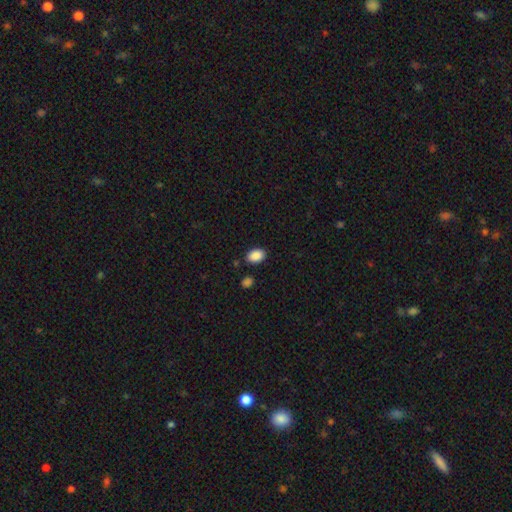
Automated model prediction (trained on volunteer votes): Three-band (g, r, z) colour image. It shows a smooth galaxy with no disk features (89%) that is in between round and cigar-shaped (85%). Merging: none (85%).